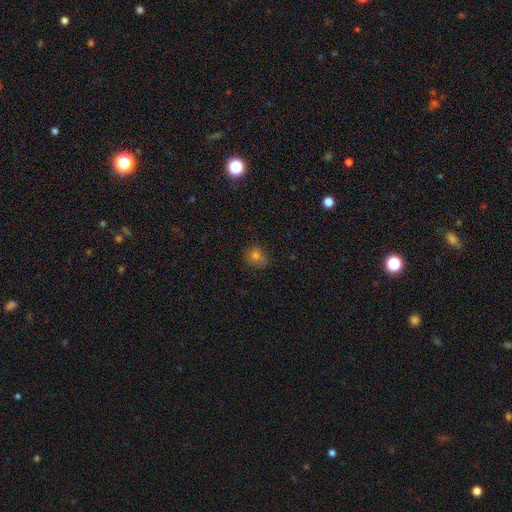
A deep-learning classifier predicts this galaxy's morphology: This appears to be a smooth galaxy with no disk features (73%) that is round (70%). Merging: none (73%).